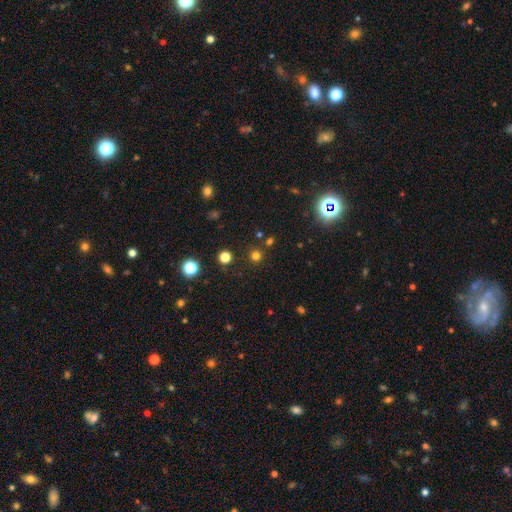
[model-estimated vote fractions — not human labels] smooth_or_featured: smooth (p=0.71) [alt: star or artifact p=0.24]
how_rounded: round (p=0.95) [alt: in between p=0.04]
merging: none (p=0.89) [alt: minor disturbance p=0.06]